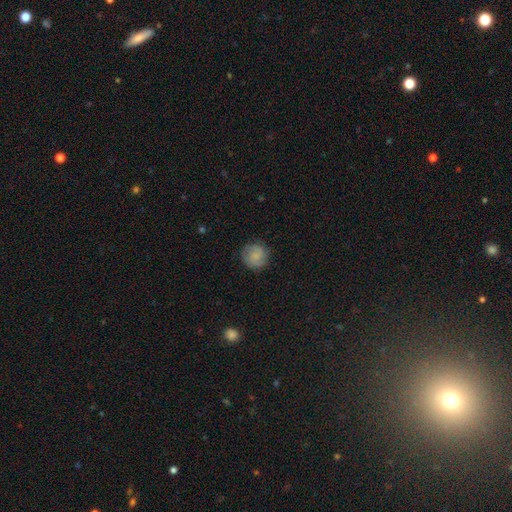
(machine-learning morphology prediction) smooth 72%, featured or disk 20%, star or artifact 8%. Down the decision tree: how rounded — round (92%); merging — none (85%).